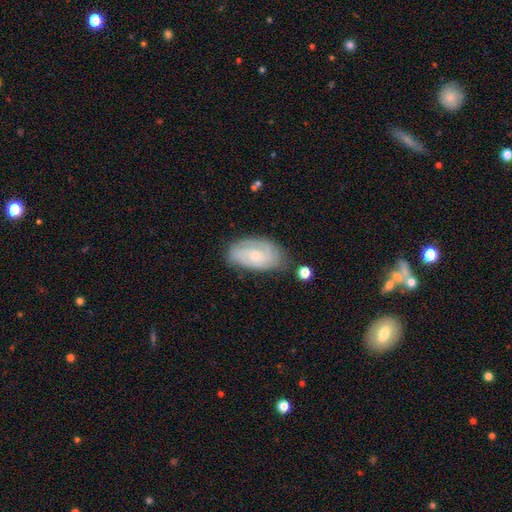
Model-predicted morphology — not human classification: Q: Smooth or featured?
A: featured or disk (66%); runner-up: smooth (28%)
Q: Edge-on disk?
A: no (96%); runner-up: yes (4%)
Q: Bar?
A: no (68%); runner-up: weak (28%)
Q: Spiral arms?
A: yes (90%); runner-up: no (10%)
Q: Spiral winding?
A: tight (55%); runner-up: medium (35%)
Q: Spiral arm count?
A: 2 (41%); runner-up: can't tell (33%)
Q: Bulge size?
A: small (67%); runner-up: moderate (27%)
Q: Merging?
A: none (68%); runner-up: minor disturbance (22%)